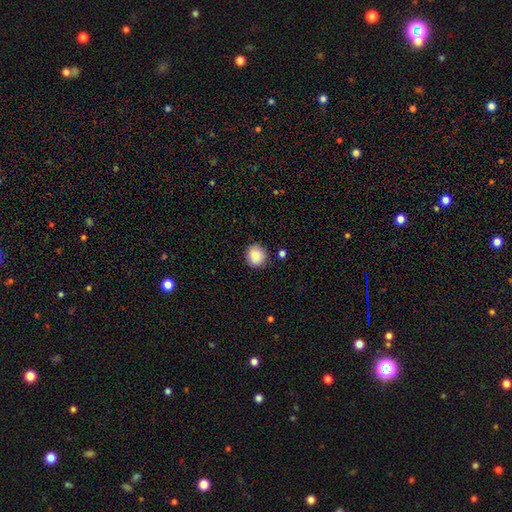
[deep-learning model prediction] Overall: smooth (86%). How rounded: round (90%). Merging: none (88%).